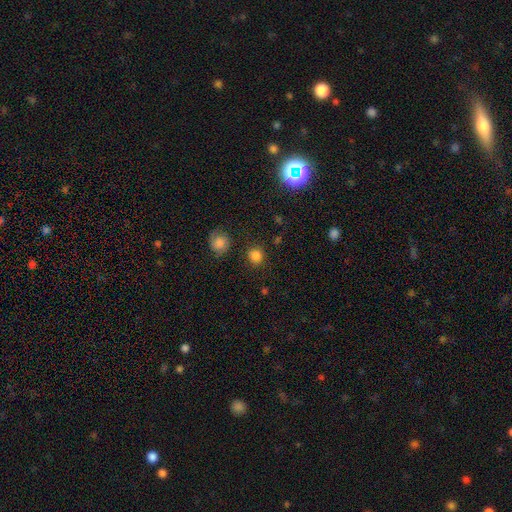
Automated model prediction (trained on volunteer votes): A smooth galaxy with no disk features (82%) that is round (87%). Merging: none (84%).